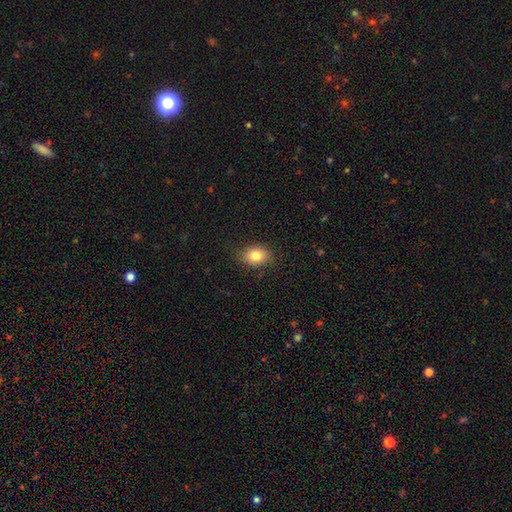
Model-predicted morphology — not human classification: A smooth galaxy with no disk features (81%) that is in between round and cigar-shaped (69%). Merging: none (84%).